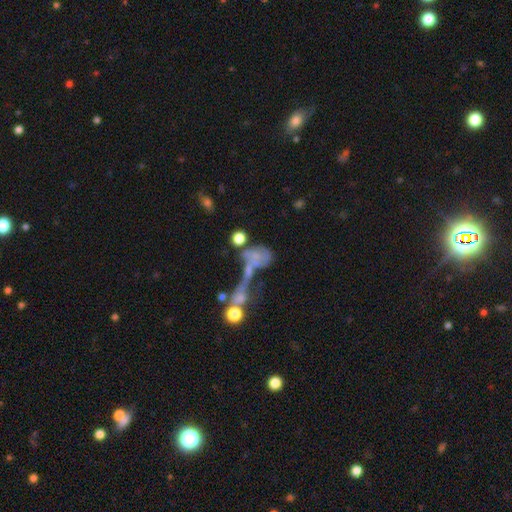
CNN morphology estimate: smooth 44%, featured or disk 39%, star or artifact 17%. Down the decision tree: merging — merger (47%).